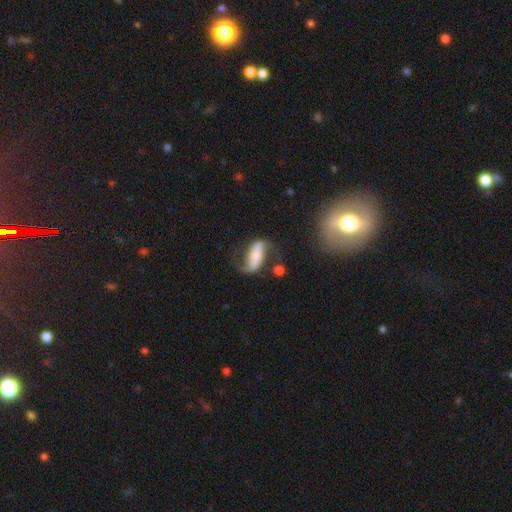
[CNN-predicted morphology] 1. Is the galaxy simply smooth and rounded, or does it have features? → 74% featured or disk, 20% smooth, 6% star or artifact.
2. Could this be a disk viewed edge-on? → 90% no, 10% yes.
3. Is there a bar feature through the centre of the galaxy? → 58% strong, 22% no, 21% weak.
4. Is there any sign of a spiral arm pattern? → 89% yes, 11% no.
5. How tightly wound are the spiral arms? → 66% loose, 24% medium, 10% tight.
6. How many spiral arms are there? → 90% 2, 4% can't tell, 4% 1, 1% 3, 1% 4, 1% more than 4.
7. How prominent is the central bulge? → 42% moderate, 41% small, 9% large, 5% none, 3% dominant.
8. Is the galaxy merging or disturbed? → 59% none, 20% minor disturbance, 15% major disturbance, 6% merger.